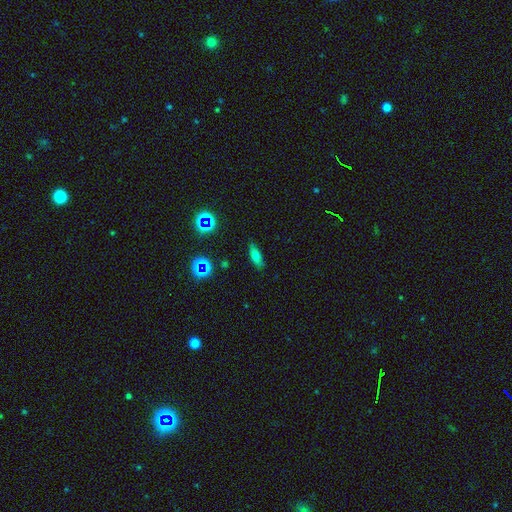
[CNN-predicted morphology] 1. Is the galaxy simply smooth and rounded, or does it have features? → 62% smooth, 24% featured or disk, 14% star or artifact.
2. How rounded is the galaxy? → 59% in between, 35% cigar-shaped, 6% round.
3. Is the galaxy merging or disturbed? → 84% none, 12% minor disturbance, 3% major disturbance, 1% merger.